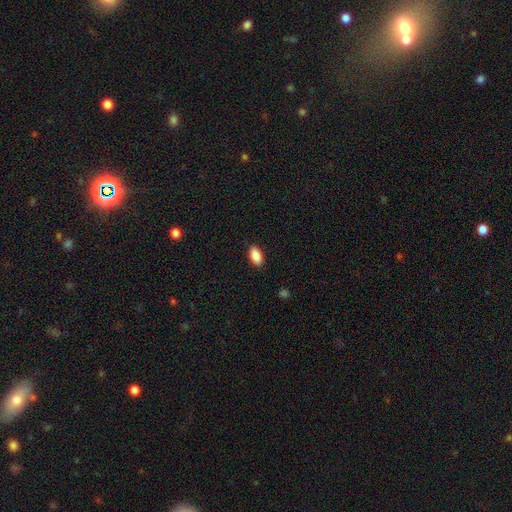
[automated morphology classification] Smooth or featured: smooth — 89% (star or artifact — 7%)
How rounded: in between — 92% (cigar-shaped — 6%)
Merging: none — 89% (minor disturbance — 8%)